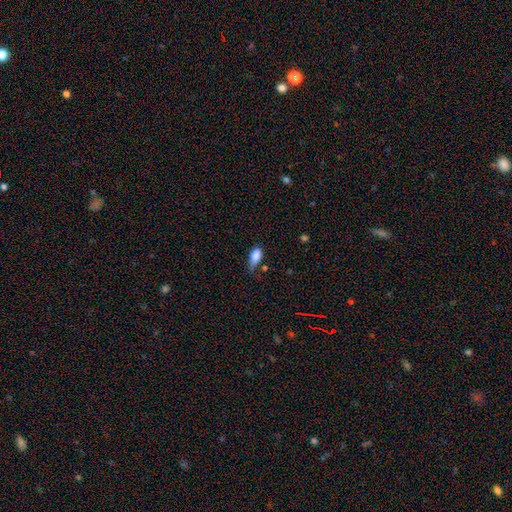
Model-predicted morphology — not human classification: smooth-or-featured: smooth: 83% | featured or disk: 9% | star or artifact: 8%
  how-rounded: in between: 88% | cigar-shaped: 7% | round: 6%
  merging: minor disturbance: 41% | none: 39% | major disturbance: 15% | merger: 5%